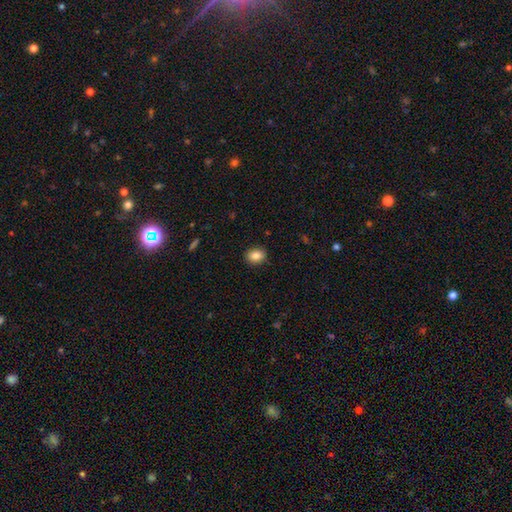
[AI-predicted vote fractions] Smooth or featured?
  - smooth: 85% *
  - star or artifact: 9%
  - featured or disk: 6%
How rounded?
  - in between: 52% *
  - round: 47%
  - cigar-shaped: 1%
Merging?
  - none: 89% *
  - minor disturbance: 8%
  - major disturbance: 2%
  - merger: 1%